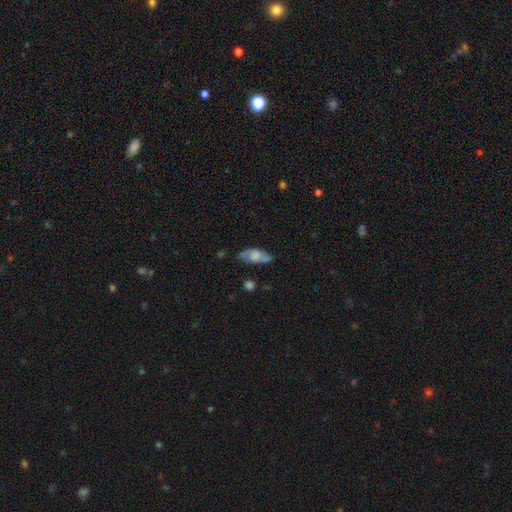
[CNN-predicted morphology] smooth-or-featured: smooth: 52% | featured or disk: 39% | star or artifact: 8%
  how-rounded: in between: 81% | cigar-shaped: 15% | round: 4%
  merging: none: 57% | minor disturbance: 27% | major disturbance: 11% | merger: 5%